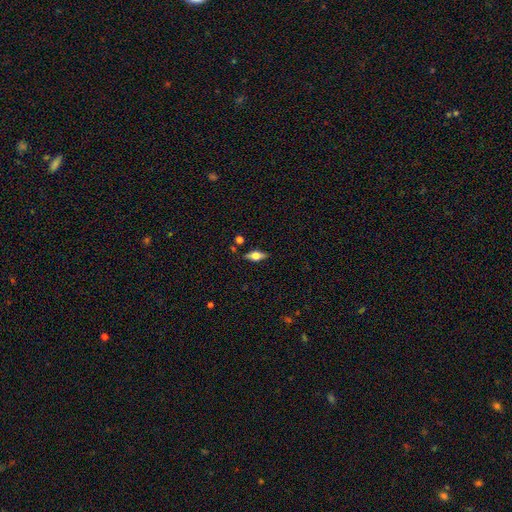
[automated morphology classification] smooth-or-featured: featured or disk: 48% | smooth: 43% | star or artifact: 8%
  merging: none: 83% | minor disturbance: 11% | major disturbance: 3% | merger: 3%